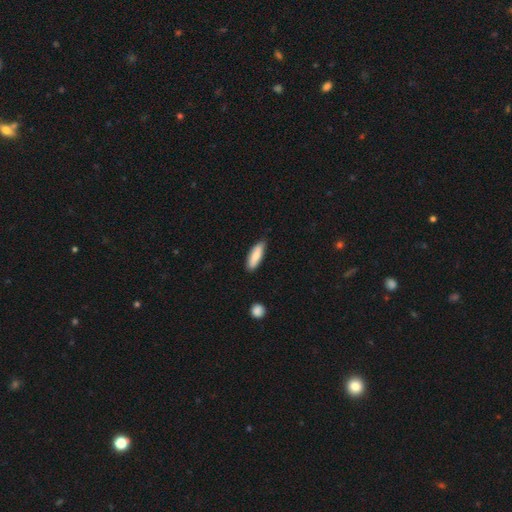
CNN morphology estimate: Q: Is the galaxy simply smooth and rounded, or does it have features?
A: smooth — 80%.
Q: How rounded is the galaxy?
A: in between — 51%.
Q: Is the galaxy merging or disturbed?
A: none — 83%.